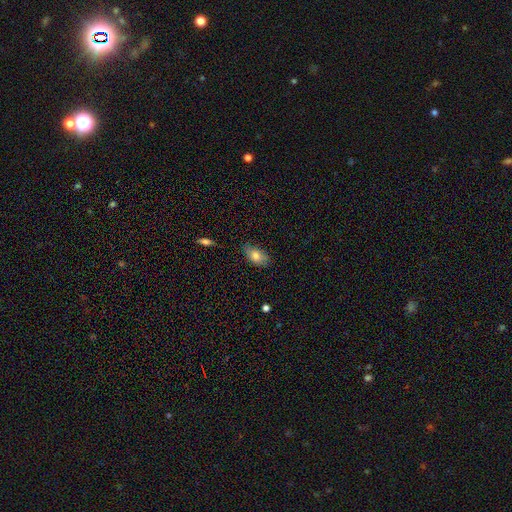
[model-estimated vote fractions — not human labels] This appears to be a smooth galaxy with no disk features (76%) that is in between round and cigar-shaped (89%). Merging: none (72%).